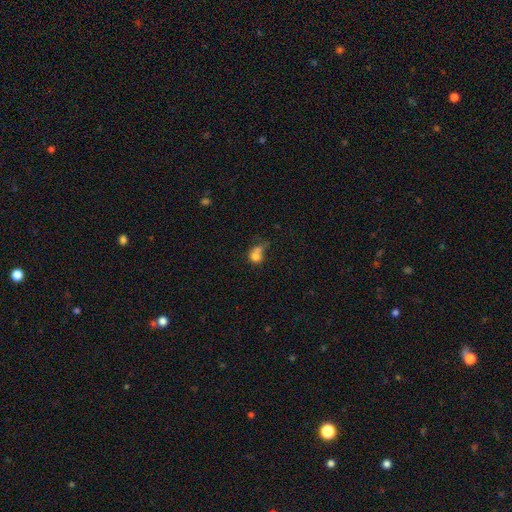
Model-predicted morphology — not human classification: Q: Smooth or featured?
A: smooth (72%); runner-up: featured or disk (16%)
Q: How rounded?
A: round (64%); runner-up: in between (34%)
Q: Merging?
A: merger (44%); runner-up: none (26%)